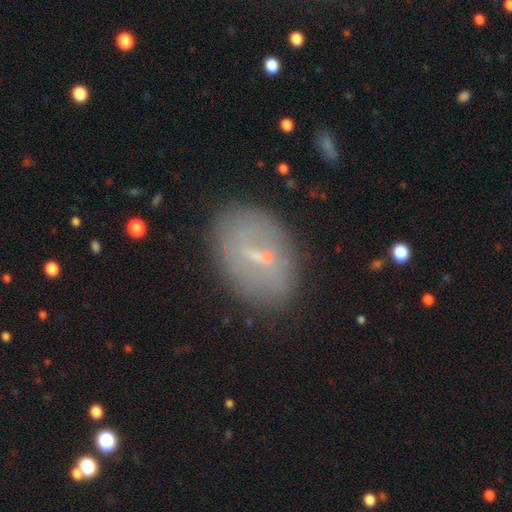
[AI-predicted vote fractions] Q: Smooth or featured?
A: featured or disk (54%); runner-up: smooth (35%)
Q: Edge-on disk?
A: no (91%); runner-up: yes (9%)
Q: Merging?
A: none (77%); runner-up: minor disturbance (14%)